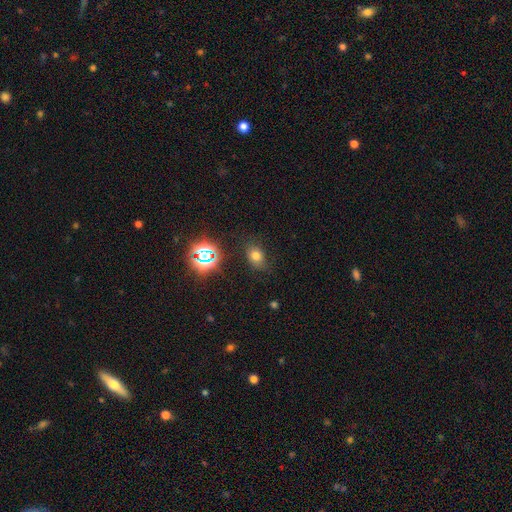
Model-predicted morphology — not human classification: A smooth galaxy with no disk features (69%) that is in between round and cigar-shaped (69%).

Vote fractions:
- Smooth or featured? smooth: 69% / star or artifact: 22% / featured or disk: 10%
- How rounded? in between: 69% / round: 30% / cigar-shaped: 1%
- Merging? none: 75% / minor disturbance: 17% / major disturbance: 6% / merger: 2%